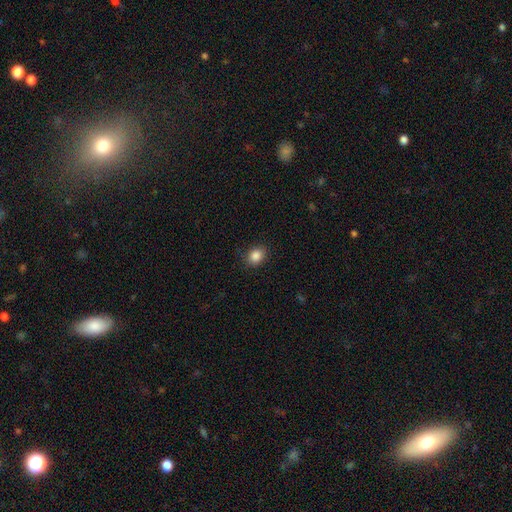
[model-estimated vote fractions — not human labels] A smooth galaxy with no disk features (87%) that is round (53%). Merging: none (85%).